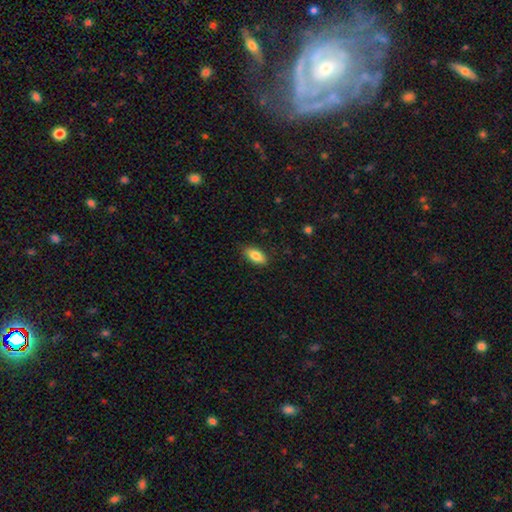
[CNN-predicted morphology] Smooth or featured? smooth (84%)
How rounded? in between (87%)
Merging? none (86%)